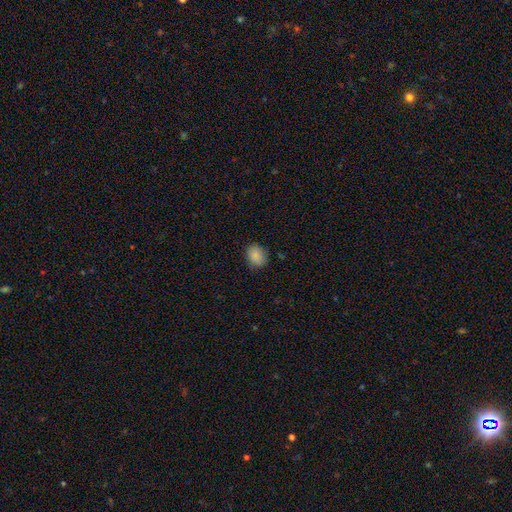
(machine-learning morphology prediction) A smooth galaxy with no disk features (87%) that is round (58%). Merging: none (84%).